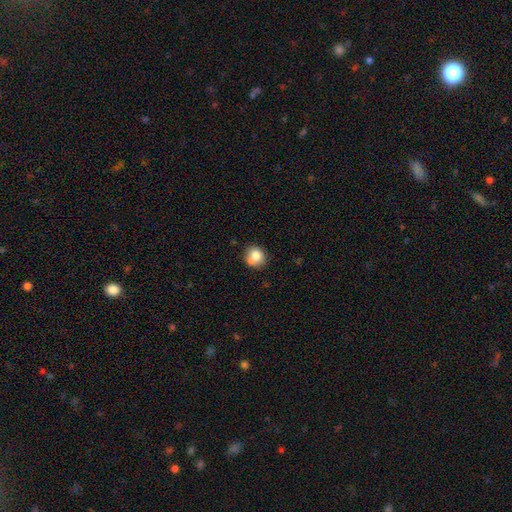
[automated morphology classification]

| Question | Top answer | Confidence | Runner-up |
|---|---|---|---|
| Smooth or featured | smooth | 80% | featured or disk (10%) |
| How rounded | round | 87% | in between (12%) |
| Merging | none | 69% | minor disturbance (18%) |